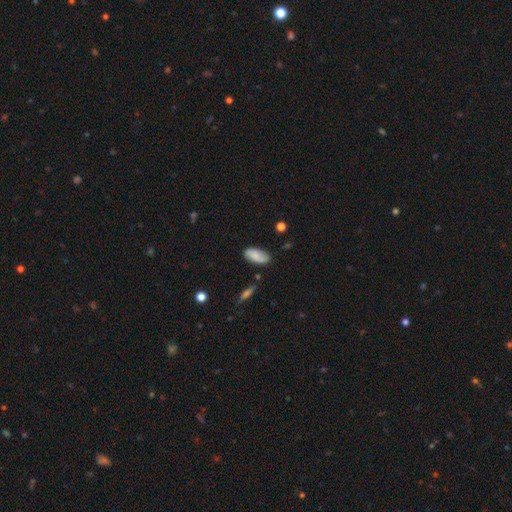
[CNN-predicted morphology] Overall: smooth (68%). How rounded: in between (92%). Merging: none (76%).